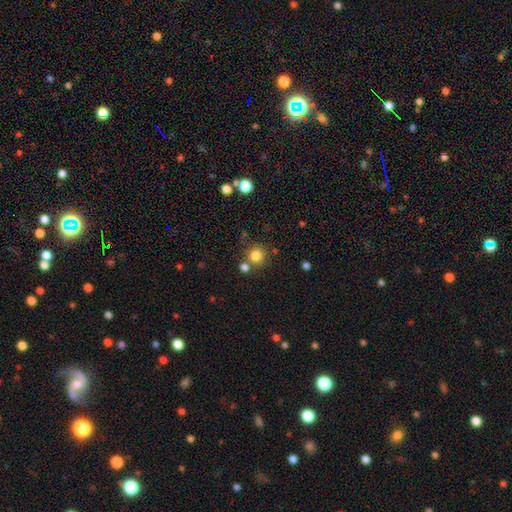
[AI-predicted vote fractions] smooth-or-featured: smooth: 82% | star or artifact: 13% | featured or disk: 6%
  how-rounded: round: 93% | in between: 6% | cigar-shaped: 1%
  merging: none: 75% | merger: 15% | minor disturbance: 8% | major disturbance: 3%